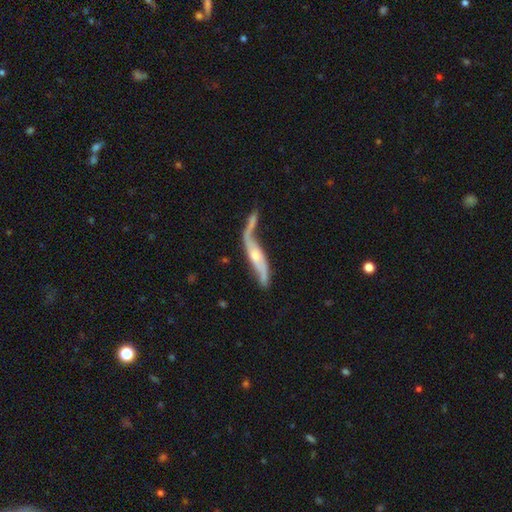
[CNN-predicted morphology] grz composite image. It shows a featured or disk galaxy (79%) with no bar (55%), spiral arms (87%) and a moderate central bulge (47%). Merging: none (36%).